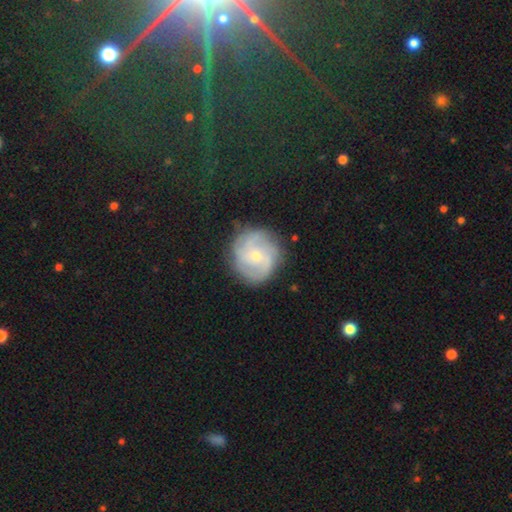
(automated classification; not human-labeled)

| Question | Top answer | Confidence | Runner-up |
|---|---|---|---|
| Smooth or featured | featured or disk | 74% | smooth (19%) |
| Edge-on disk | no | 98% | yes (2%) |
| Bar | no | 66% | weak (28%) |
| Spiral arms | yes | 93% | no (7%) |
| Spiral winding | tight | 46% | medium (40%) |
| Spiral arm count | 3 | 29% | can't tell (26%) |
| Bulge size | small | 66% | moderate (31%) |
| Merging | none | 81% | minor disturbance (13%) |